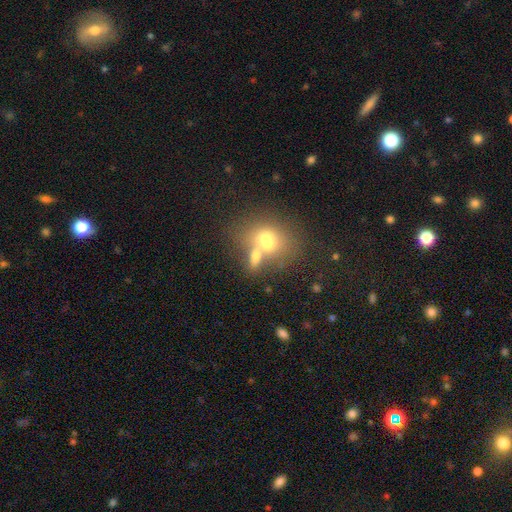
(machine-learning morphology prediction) smooth-or-featured: smooth: 63% | featured or disk: 25% | star or artifact: 12%
  how-rounded: in between: 61% | round: 36% | cigar-shaped: 3%
  merging: merger: 59% | none: 27% | minor disturbance: 8% | major disturbance: 6%